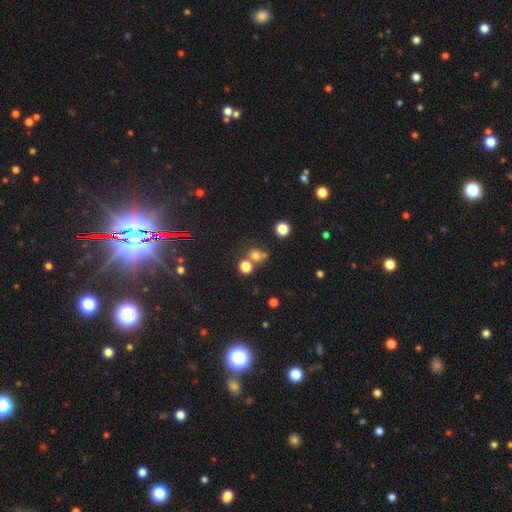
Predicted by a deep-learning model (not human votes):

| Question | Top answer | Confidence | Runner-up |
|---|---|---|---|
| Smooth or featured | smooth | 69% | star or artifact (22%) |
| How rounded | round | 80% | in between (19%) |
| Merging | none | 53% | merger (33%) |